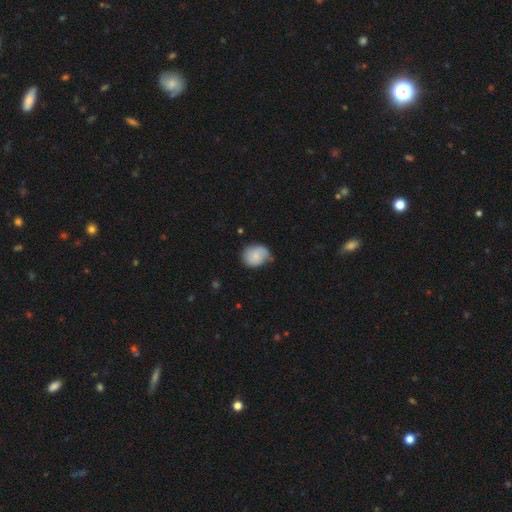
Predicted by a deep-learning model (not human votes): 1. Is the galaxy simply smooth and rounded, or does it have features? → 69% smooth, 24% featured or disk, 7% star or artifact.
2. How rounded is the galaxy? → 62% round, 37% in between, 1% cigar-shaped.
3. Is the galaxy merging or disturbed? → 53% none, 36% minor disturbance, 9% major disturbance, 3% merger.